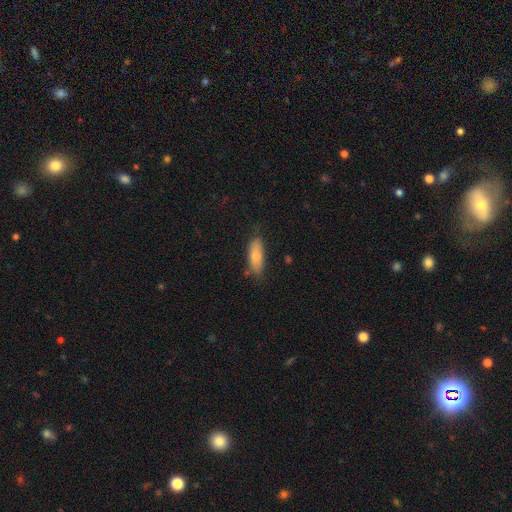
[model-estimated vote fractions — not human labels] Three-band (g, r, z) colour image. It shows a smooth galaxy with no disk features (80%) that is in between round and cigar-shaped (67%). Merging: none (73%).